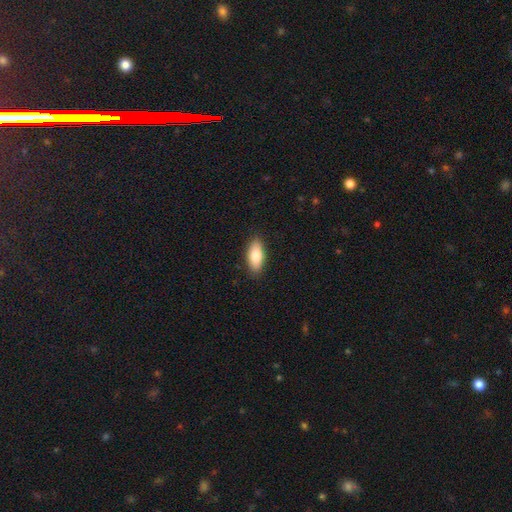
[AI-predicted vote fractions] A smooth galaxy with no disk features (82%) that is in between round and cigar-shaped (83%).

Vote fractions:
- Smooth or featured? smooth: 82% / featured or disk: 12% / star or artifact: 6%
- How rounded? in between: 83% / cigar-shaped: 15% / round: 2%
- Merging? none: 88% / minor disturbance: 9% / major disturbance: 2% / merger: 1%